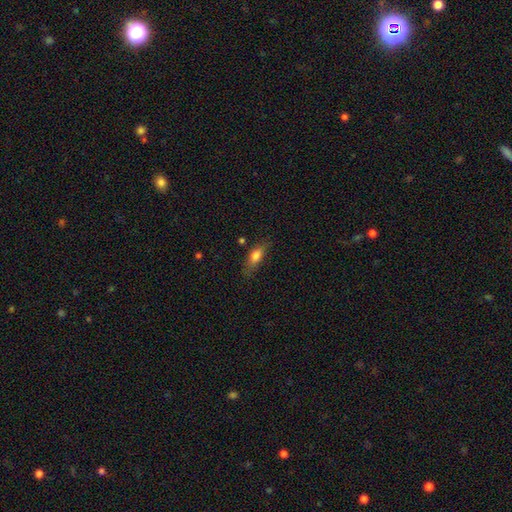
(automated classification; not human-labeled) Morphology: type=smooth (74%); roundness=in between (67%); merging=none (68%).